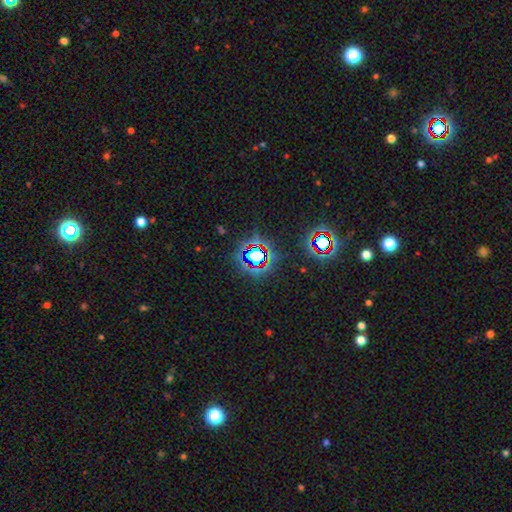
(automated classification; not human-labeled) A star or artifact, not a galaxy (72%).